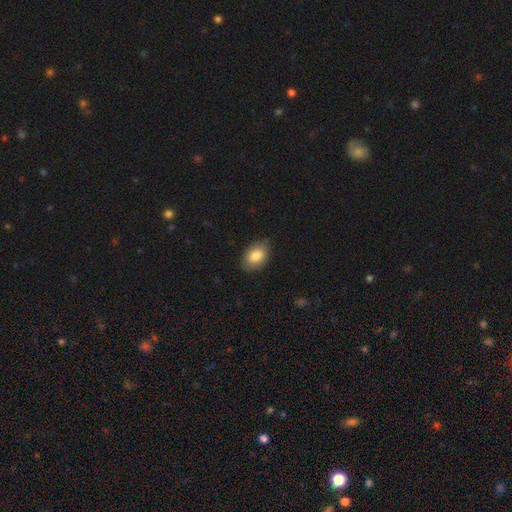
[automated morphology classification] This appears to be a smooth galaxy with no disk features (85%) that is in between round and cigar-shaped (88%). Merging: none (82%).